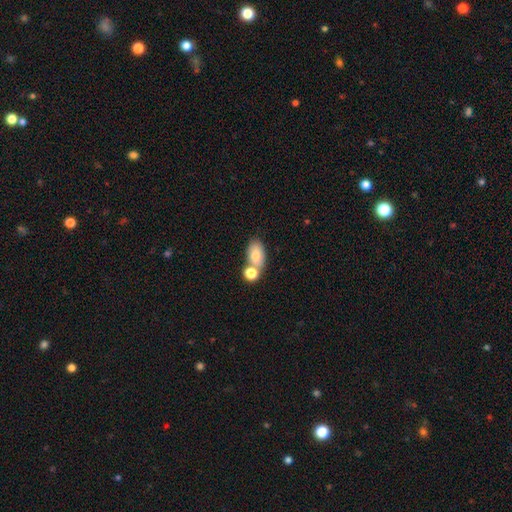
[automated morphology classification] The model was most divided on "merging": none: 47%, merger: 37%, minor disturbance: 12%, major disturbance: 4%. More confident: how rounded — in between (86%); smooth or featured — smooth (76%).